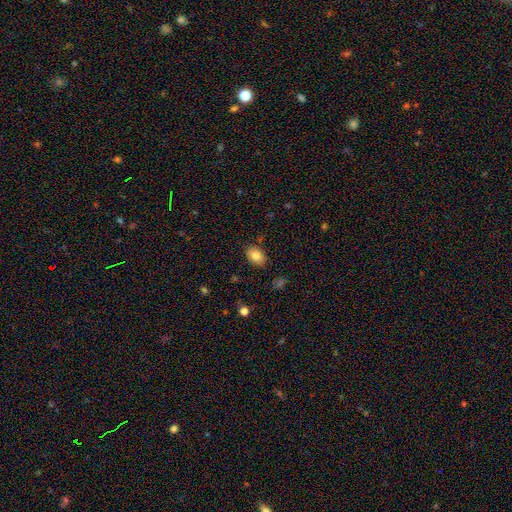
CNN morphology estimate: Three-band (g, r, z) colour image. It shows a smooth galaxy with no disk features (84%) that is in between round and cigar-shaped (81%). Merging: none (85%).